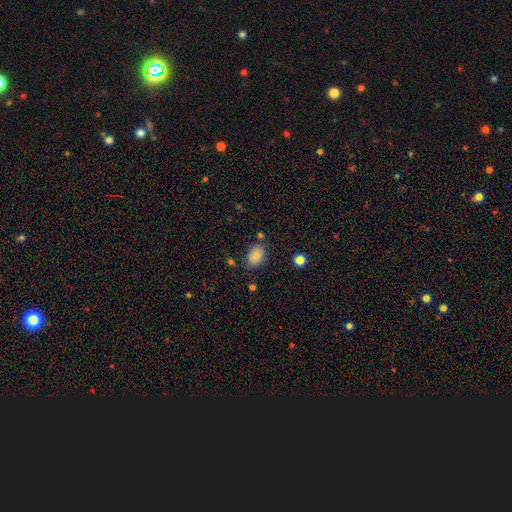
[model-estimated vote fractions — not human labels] Smooth or featured: smooth — 86% (star or artifact — 9%)
How rounded: in between — 86% (round — 13%)
Merging: none — 75% (minor disturbance — 16%)